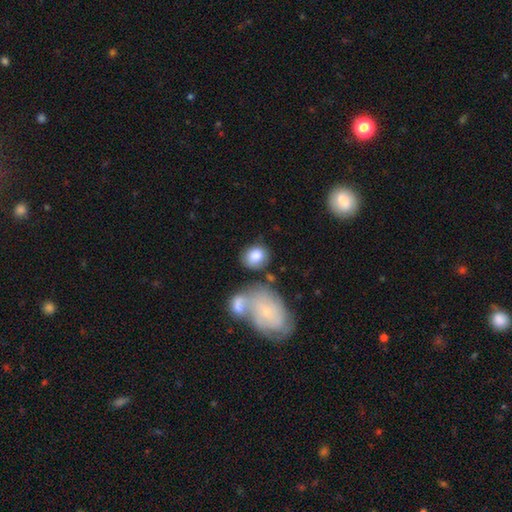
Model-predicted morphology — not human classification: Smooth or featured? Predicted: smooth (p=0.81). How rounded? Predicted: round (p=0.64). Merging? Predicted: none (p=0.60).